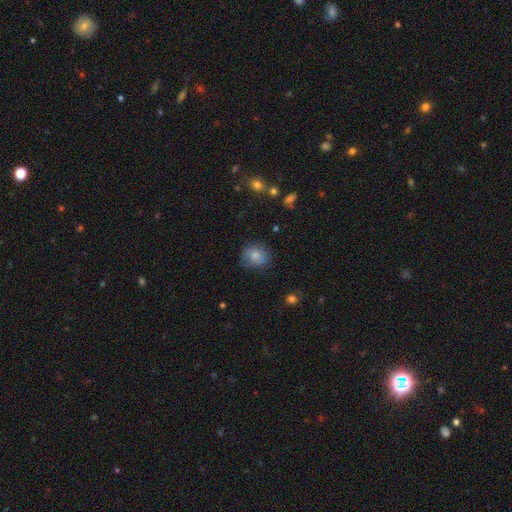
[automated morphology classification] Q: Smooth or featured?
A: smooth (79%); runner-up: featured or disk (12%)
Q: How rounded?
A: round (68%); runner-up: in between (31%)
Q: Merging?
A: none (74%); runner-up: minor disturbance (19%)